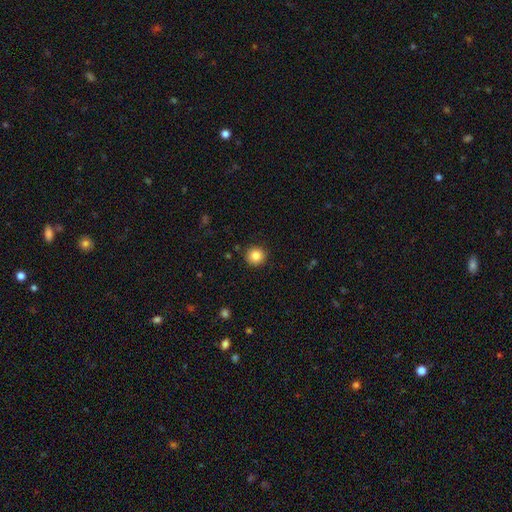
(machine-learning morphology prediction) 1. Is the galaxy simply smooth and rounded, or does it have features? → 84% smooth, 10% star or artifact, 6% featured or disk.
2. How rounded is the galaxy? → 94% round, 5% in between, 1% cigar-shaped.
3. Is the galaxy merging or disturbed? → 91% none, 6% minor disturbance, 2% major disturbance, 1% merger.